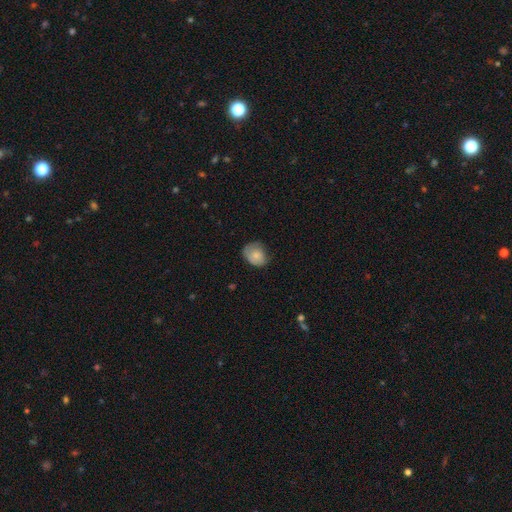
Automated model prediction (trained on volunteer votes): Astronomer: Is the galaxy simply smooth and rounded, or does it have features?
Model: smooth — 72%.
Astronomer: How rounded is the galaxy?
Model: round — 52% (runner-up: in between, 47%).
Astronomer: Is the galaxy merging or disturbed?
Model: none — 52% (runner-up: minor disturbance, 35%).